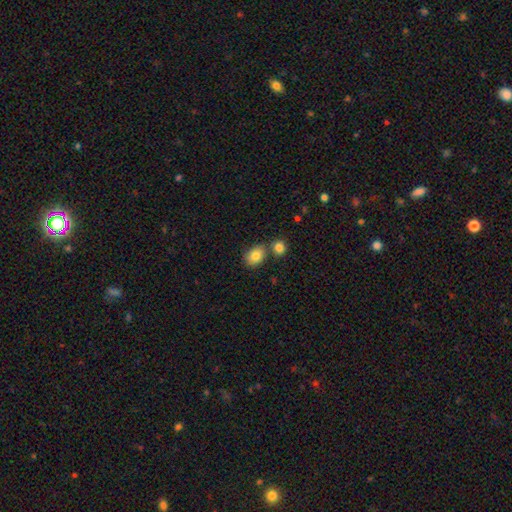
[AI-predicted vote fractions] This is clearly a smooth galaxy (83%). How rounded: likely in between (61%). Merging: likely none (62%).